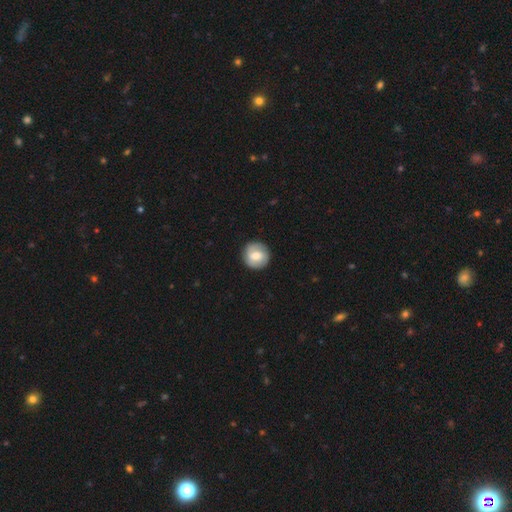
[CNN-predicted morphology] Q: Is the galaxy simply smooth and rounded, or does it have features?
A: smooth — 54%.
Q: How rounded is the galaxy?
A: round — 92%.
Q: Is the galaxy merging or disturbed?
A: none — 88%.